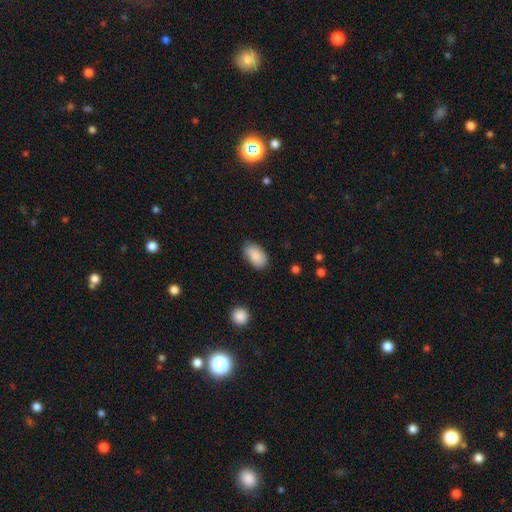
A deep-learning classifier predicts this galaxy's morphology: Smooth or featured? smooth (88%)
How rounded? in between (93%)
Merging? none (76%)